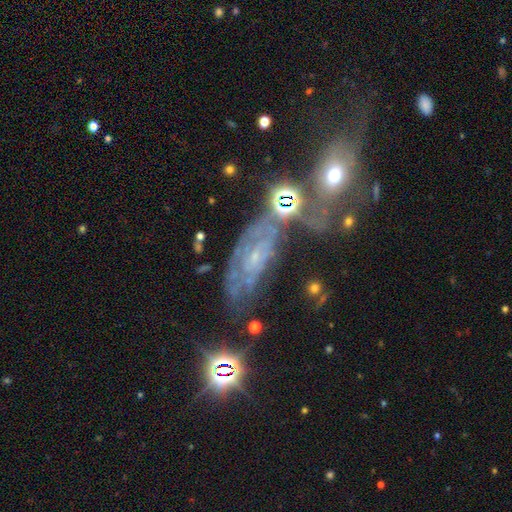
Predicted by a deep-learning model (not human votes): A featured or disk galaxy (73%) with no bar (63%), tight (64%) spiral arms (82%) and a small central bulge (76%). Merging: none (54%).